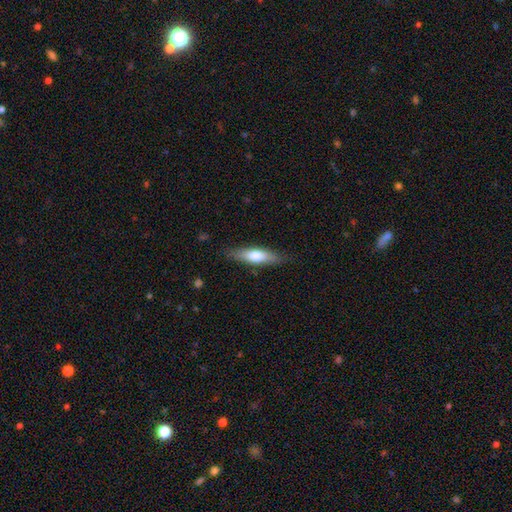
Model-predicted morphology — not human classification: A smooth galaxy with no disk features (65%) that is cigar-shaped (59%). Merging: none (82%).